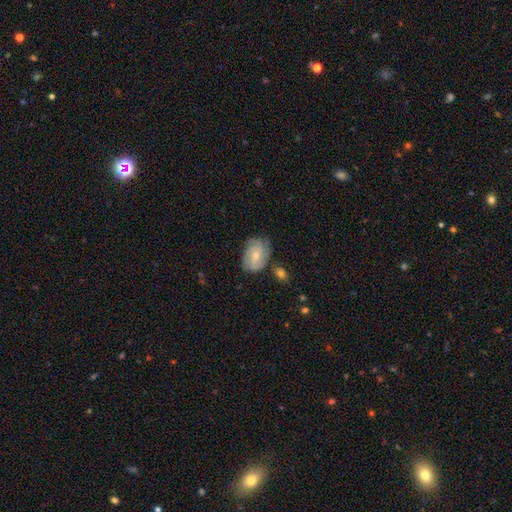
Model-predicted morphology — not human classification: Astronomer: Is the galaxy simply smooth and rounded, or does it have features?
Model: featured or disk — 63%.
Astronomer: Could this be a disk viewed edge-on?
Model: no — 97%.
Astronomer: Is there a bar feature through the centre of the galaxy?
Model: no — 64%.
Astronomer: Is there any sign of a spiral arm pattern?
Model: yes — 89%.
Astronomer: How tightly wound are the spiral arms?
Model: tight — 51% (runner-up: medium, 37%).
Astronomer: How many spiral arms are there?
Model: can't tell — 32% (runner-up: 3, 29%).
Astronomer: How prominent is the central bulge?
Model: moderate — 50% (runner-up: small, 44%).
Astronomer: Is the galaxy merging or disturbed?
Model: none — 67%.